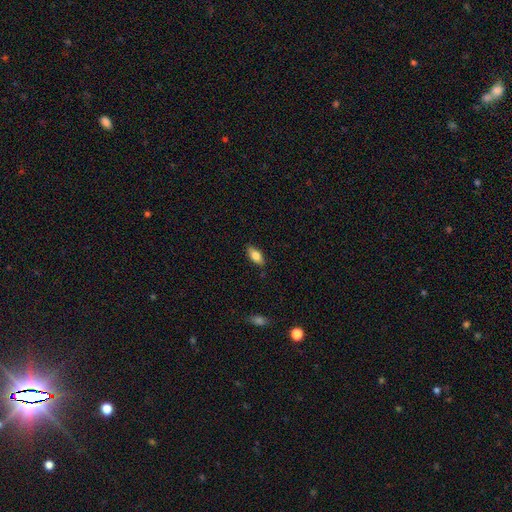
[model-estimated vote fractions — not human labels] A smooth galaxy with no disk features (79%) that is in between round and cigar-shaped (86%).

Vote fractions:
- Smooth or featured? smooth: 79% / featured or disk: 14% / star or artifact: 7%
- How rounded? in between: 86% / cigar-shaped: 12% / round: 3%
- Merging? none: 86% / minor disturbance: 11% / major disturbance: 2% / merger: 1%